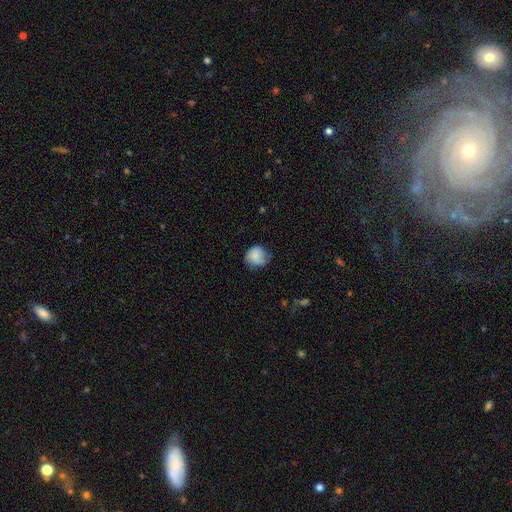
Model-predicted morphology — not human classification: A smooth galaxy with no disk features (74%) that is round (80%).

Vote fractions:
- Smooth or featured? smooth: 74% / featured or disk: 18% / star or artifact: 8%
- How rounded? round: 80% / in between: 19% / cigar-shaped: 1%
- Merging? none: 57% / minor disturbance: 31% / major disturbance: 10% / merger: 2%